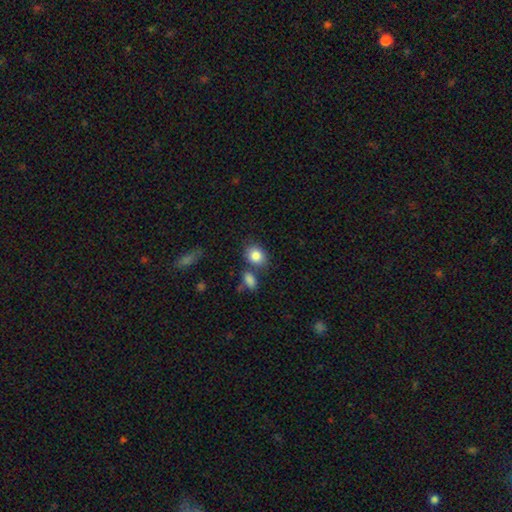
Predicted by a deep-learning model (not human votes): This is clearly a smooth galaxy (85%). How rounded: possibly in between (50%). Merging: likely none (66%).